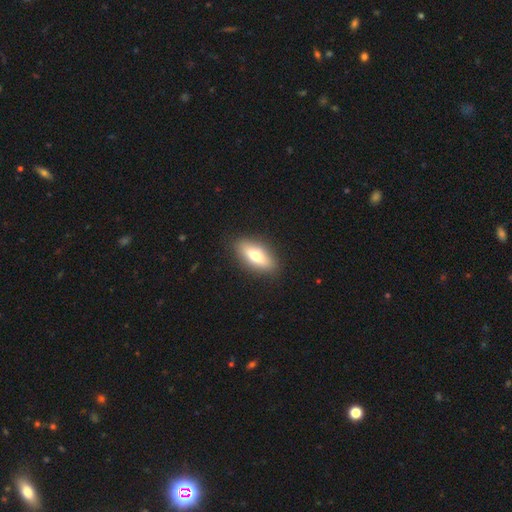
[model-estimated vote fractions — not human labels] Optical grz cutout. It shows a smooth galaxy with no disk features (62%) that is in between round and cigar-shaped (69%). Merging: none (87%).